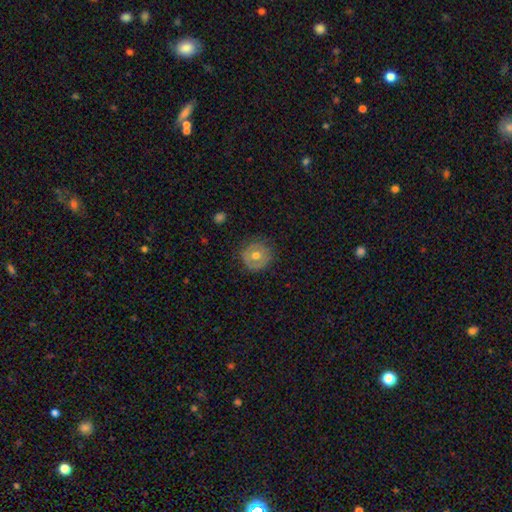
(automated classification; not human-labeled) This appears to be a smooth galaxy with no disk features (51%) that is round (92%). Merging: none (79%).